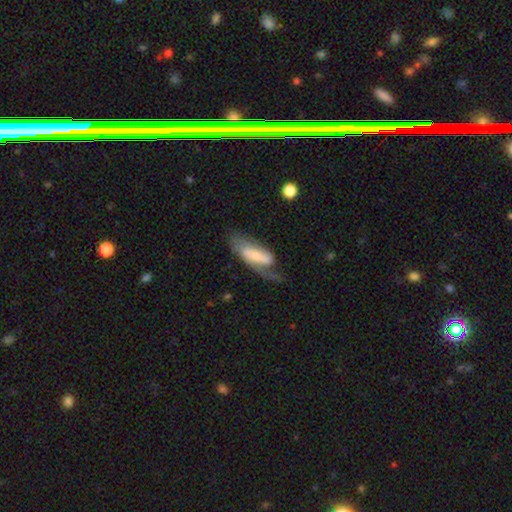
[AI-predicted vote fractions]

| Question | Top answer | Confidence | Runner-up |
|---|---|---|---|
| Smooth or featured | featured or disk | 57% | smooth (37%) |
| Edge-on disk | no | 87% | yes (13%) |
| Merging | none | 37% | major disturbance (34%) |